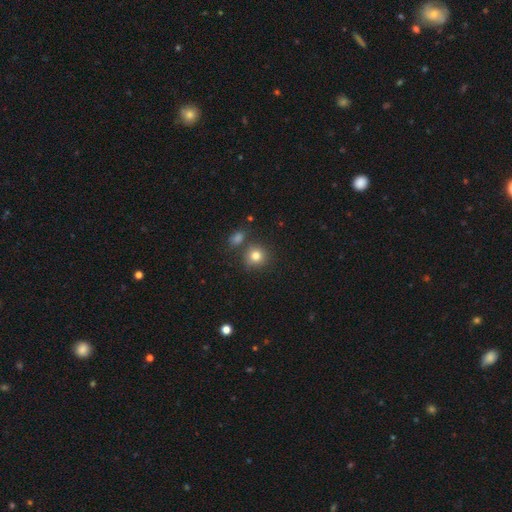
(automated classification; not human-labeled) A smooth galaxy with no disk features (80%) that is round (88%). Merging: none (74%).